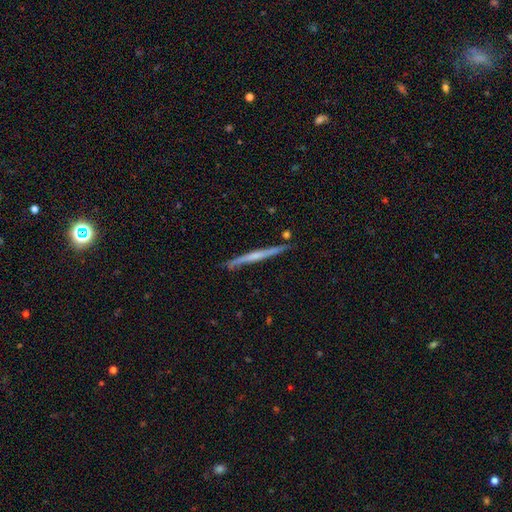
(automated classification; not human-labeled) A featured or disk galaxy (63%) viewed edge-on (97%) with no central bulge (56%).

Vote fractions:
- Smooth or featured? featured or disk: 63% / smooth: 32% / star or artifact: 5%
- Edge-on disk? yes: 97% / no: 3%
- Edge-on bulge? none: 56% / rounded: 35% / boxy: 9%
- Merging? none: 87% / minor disturbance: 10% / merger: 2% / major disturbance: 2%